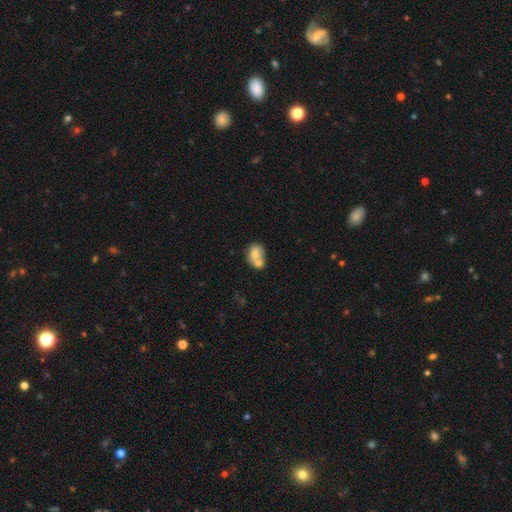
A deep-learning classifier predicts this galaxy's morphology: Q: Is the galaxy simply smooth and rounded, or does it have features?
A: smooth — 70%.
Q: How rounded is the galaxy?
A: in between — 54%.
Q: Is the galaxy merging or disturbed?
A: merger — 59%.